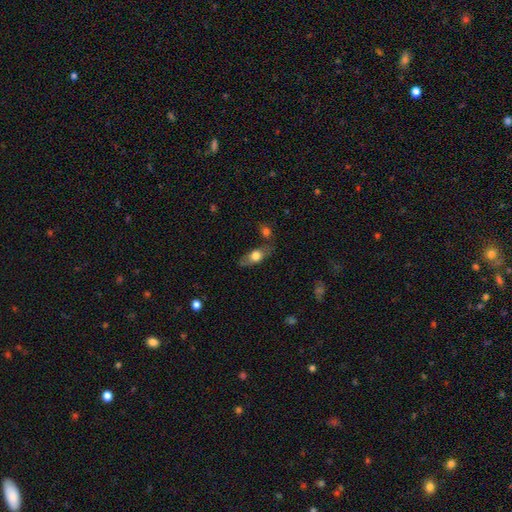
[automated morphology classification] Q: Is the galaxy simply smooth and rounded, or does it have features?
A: smooth — 64%.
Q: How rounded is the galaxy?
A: in between — 75%.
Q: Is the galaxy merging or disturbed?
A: none — 61%.